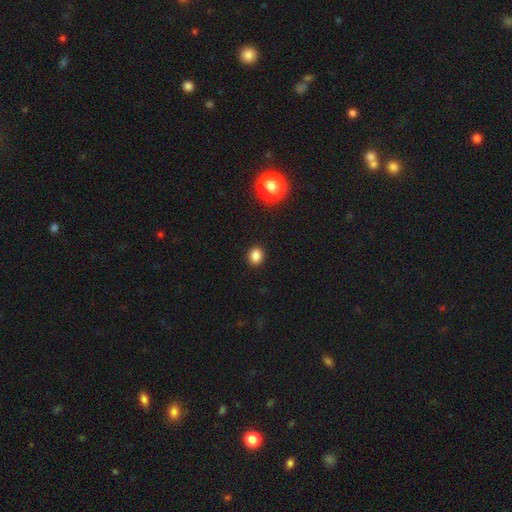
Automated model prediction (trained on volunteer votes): smooth 84%, star or artifact 13%, featured or disk 4%. Down the decision tree: how rounded — round (73%); merging — none (91%).